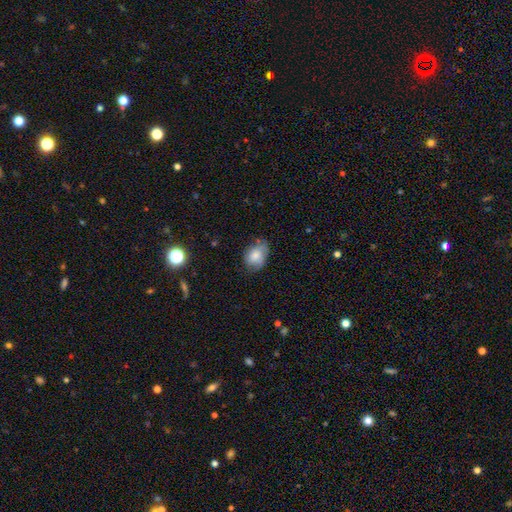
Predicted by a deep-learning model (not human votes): smooth_or_featured: smooth (p=0.77) [alt: featured or disk p=0.15]
how_rounded: in between (p=0.75) [alt: round p=0.24]
merging: none (p=0.59) [alt: minor disturbance p=0.31]